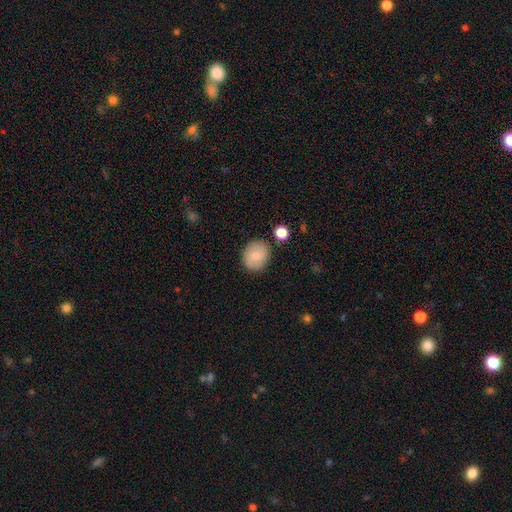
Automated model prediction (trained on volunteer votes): Smooth or featured?
  - smooth: 71% *
  - featured or disk: 21%
  - star or artifact: 8%
How rounded?
  - round: 72% *
  - in between: 27%
  - cigar-shaped: 1%
Merging?
  - none: 84% *
  - minor disturbance: 11%
  - merger: 3%
  - major disturbance: 3%